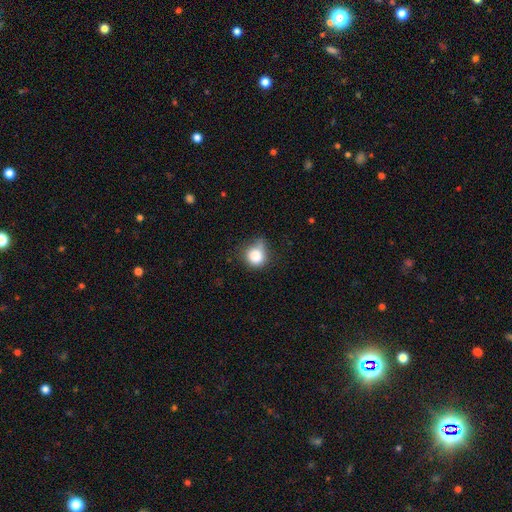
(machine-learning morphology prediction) smooth_or_featured: smooth (p=0.84) [alt: star or artifact p=0.10]
how_rounded: round (p=0.82) [alt: in between p=0.17]
merging: none (p=0.47) [alt: minor disturbance p=0.36]